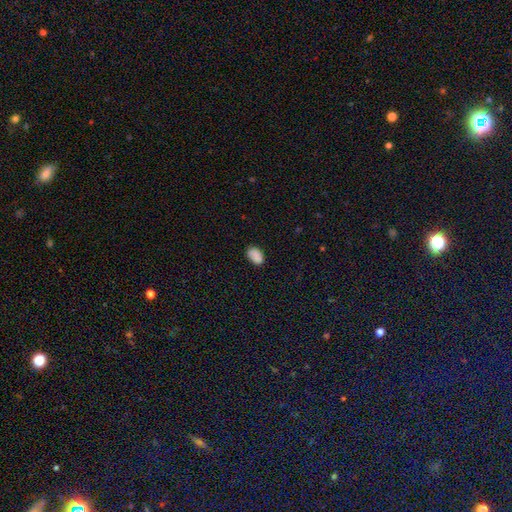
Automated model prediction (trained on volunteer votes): This is clearly a smooth galaxy (86%). How rounded: clearly in between (88%). Merging: likely none (78%).